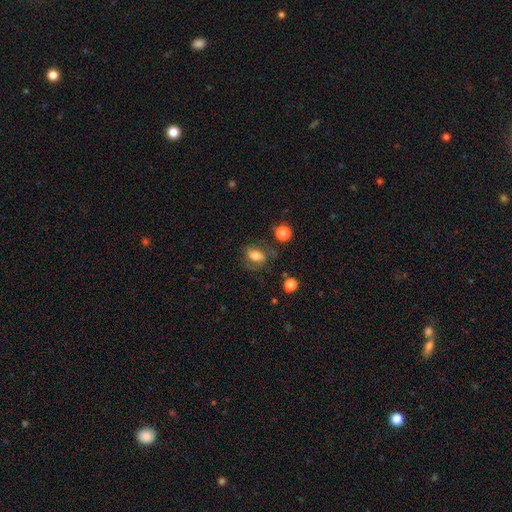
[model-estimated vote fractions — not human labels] smooth-or-featured: smooth: 63% | featured or disk: 26% | star or artifact: 11%
  how-rounded: in between: 76% | round: 19% | cigar-shaped: 5%
  merging: none: 63% | minor disturbance: 21% | major disturbance: 12% | merger: 3%